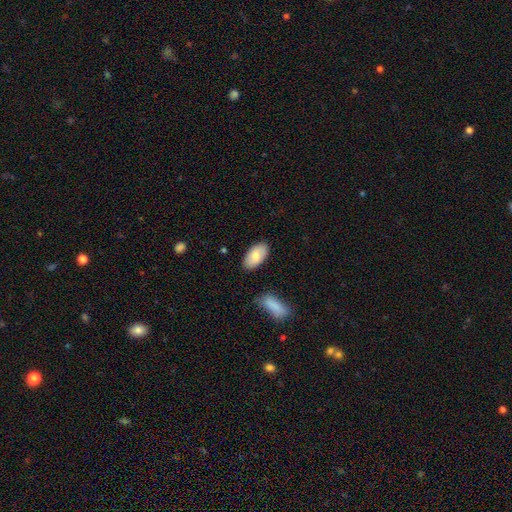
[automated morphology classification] Smooth or featured? Predicted: smooth (p=0.79). How rounded? Predicted: in between (p=0.95). Merging? Predicted: none (p=0.85).